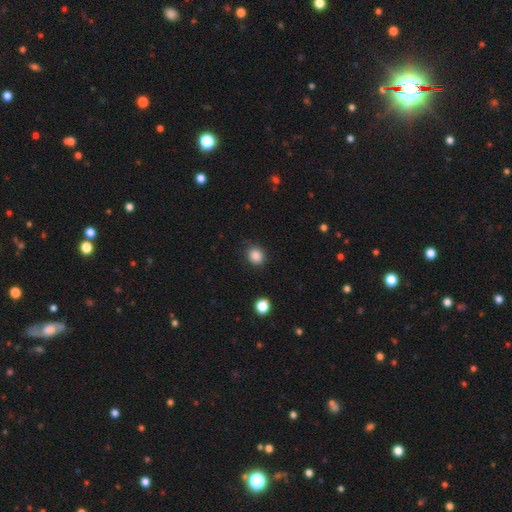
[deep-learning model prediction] Overall: smooth (86%). How rounded: round (78%). Merging: none (81%).